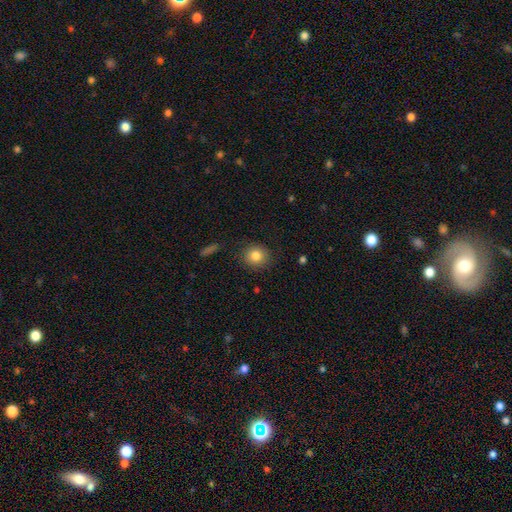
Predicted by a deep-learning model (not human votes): Overall: smooth (83%). How rounded: round (86%). Merging: none (88%).